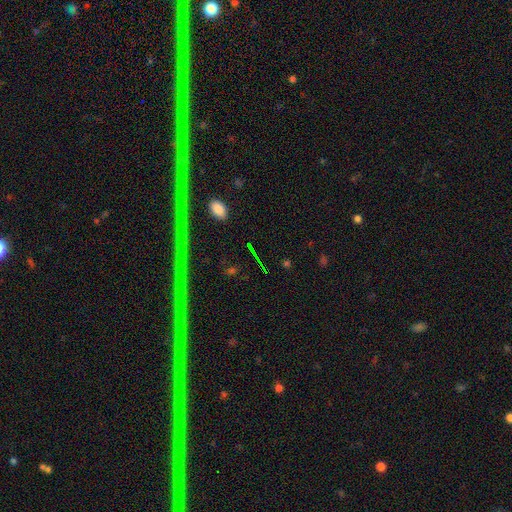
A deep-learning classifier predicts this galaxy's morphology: This is likely a star or artifact rather than a galaxy (63%).